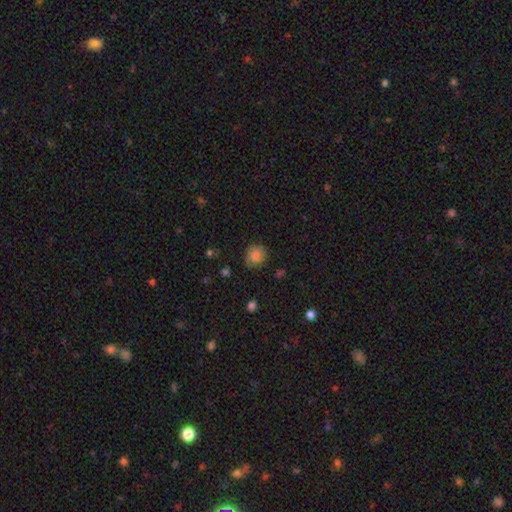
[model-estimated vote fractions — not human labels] Smooth or featured? Predicted: smooth (p=0.81). How rounded? Predicted: round (p=0.78). Merging? Predicted: none (p=0.75).